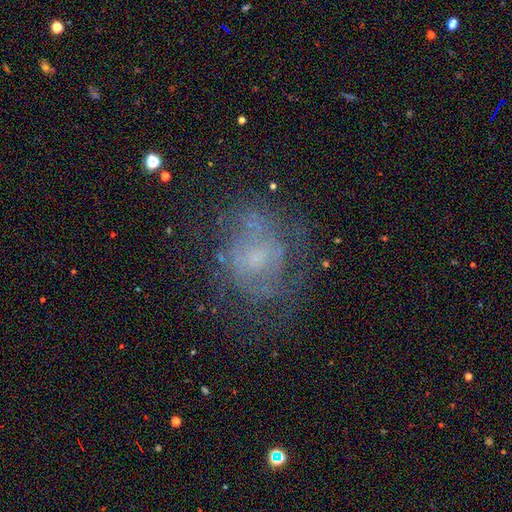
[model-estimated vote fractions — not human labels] Q: Smooth or featured?
A: featured or disk (59%); runner-up: smooth (25%)
Q: Edge-on disk?
A: no (97%); runner-up: yes (3%)
Q: Bar?
A: no (71%); runner-up: weak (25%)
Q: Spiral arms?
A: yes (54%); runner-up: no (46%)
Q: Bulge size?
A: small (49%); runner-up: moderate (24%)
Q: Merging?
A: none (61%); runner-up: minor disturbance (19%)